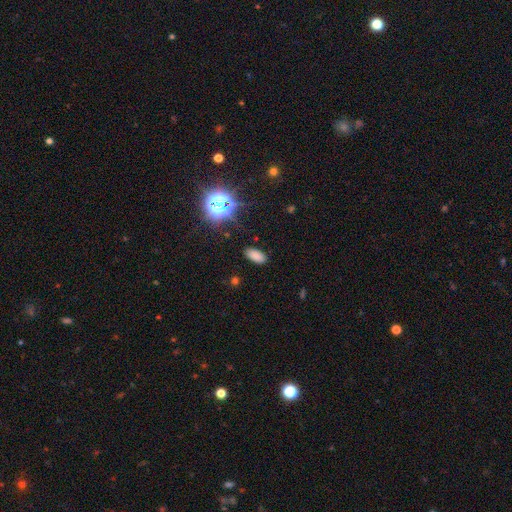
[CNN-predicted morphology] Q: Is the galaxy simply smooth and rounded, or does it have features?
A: smooth — 76%.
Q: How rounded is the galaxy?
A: in between — 90%.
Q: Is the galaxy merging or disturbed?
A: none — 86%.